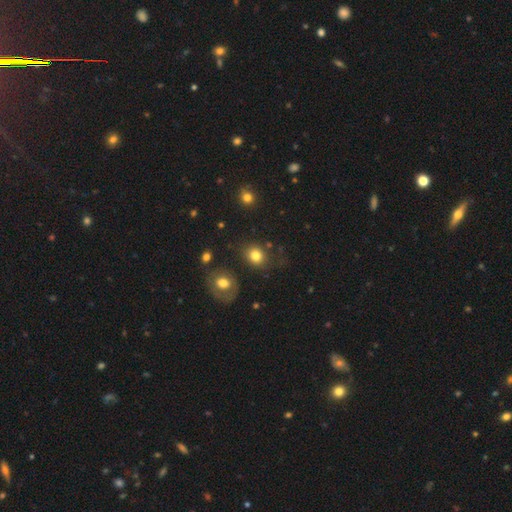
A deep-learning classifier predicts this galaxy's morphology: smooth-or-featured: smooth: 79% | star or artifact: 12% | featured or disk: 8%
  how-rounded: round: 68% | in between: 31% | cigar-shaped: 1%
  merging: none: 73% | minor disturbance: 14% | major disturbance: 7% | merger: 6%